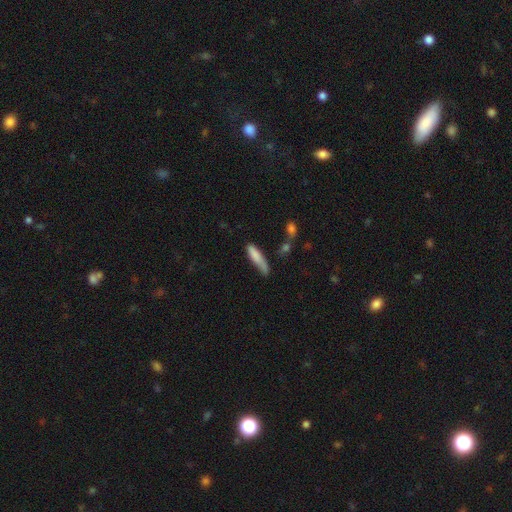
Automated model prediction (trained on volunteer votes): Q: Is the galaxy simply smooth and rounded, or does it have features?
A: smooth — 77%.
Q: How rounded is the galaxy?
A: cigar-shaped — 74%.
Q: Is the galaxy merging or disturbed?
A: none — 39%.